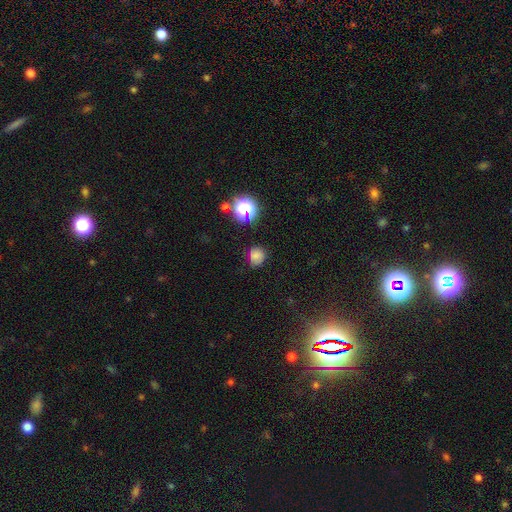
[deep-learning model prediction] The model was most divided on "smooth or featured": smooth: 70%, star or artifact: 22%, featured or disk: 8%. More confident: how rounded — round (77%); merging — none (73%).